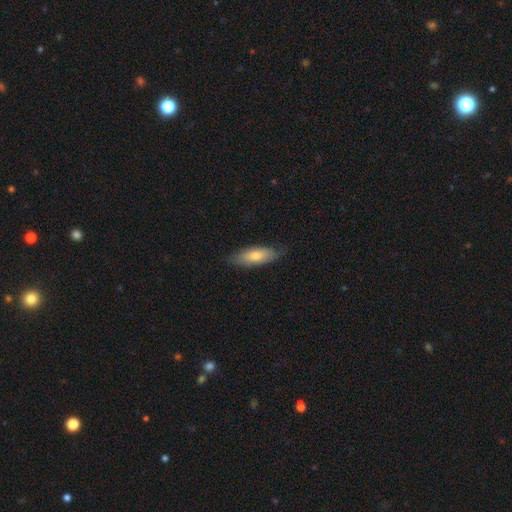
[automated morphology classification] smooth 72%, featured or disk 23%, star or artifact 6%. Down the decision tree: how rounded — in between (73%); merging — none (75%).